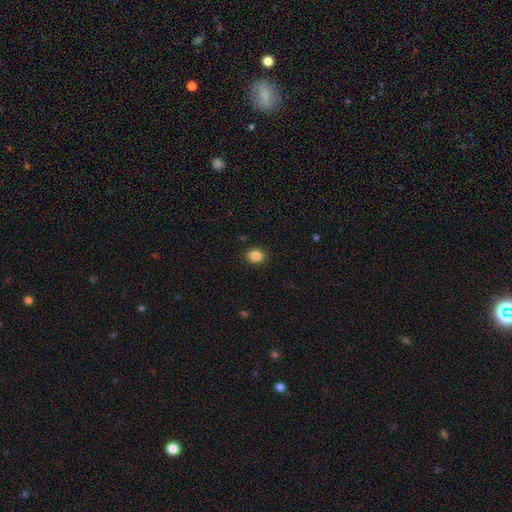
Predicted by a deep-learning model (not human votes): This is clearly a smooth galaxy (86%). How rounded: possibly round (60%). Merging: clearly none (90%).